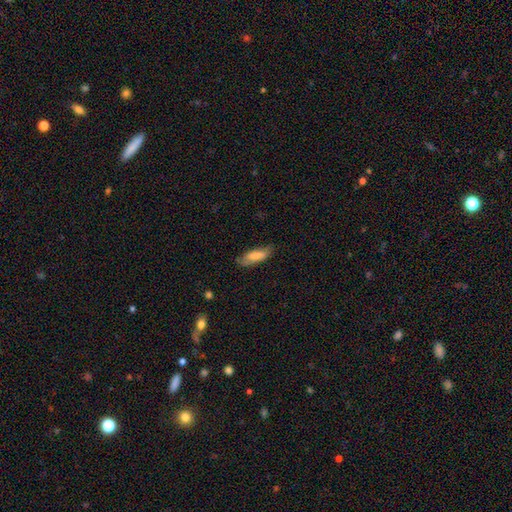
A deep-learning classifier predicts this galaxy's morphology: This is likely a smooth galaxy (75%). How rounded: likely in between (62%). Merging: likely none (68%).